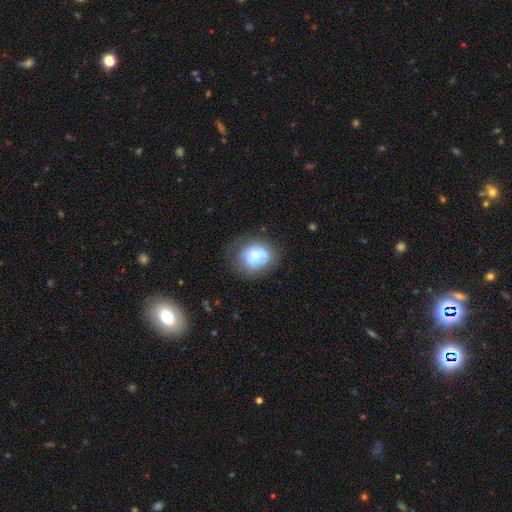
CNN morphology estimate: This appears to be a smooth galaxy with no disk features (58%) that is round (65%). Merging: none (53%).